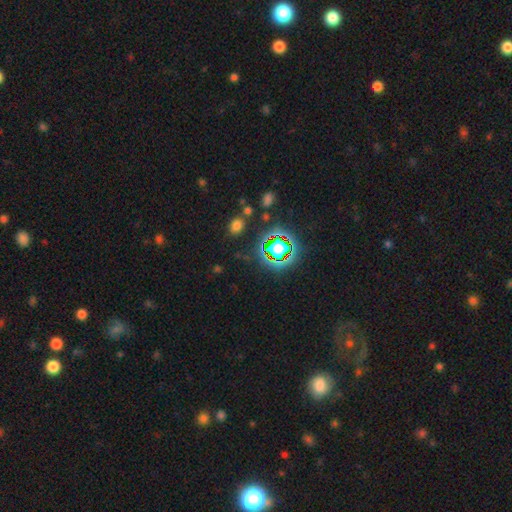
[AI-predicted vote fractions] The model was most divided on "smooth or featured": star or artifact: 76%, smooth: 15%, featured or disk: 9%.